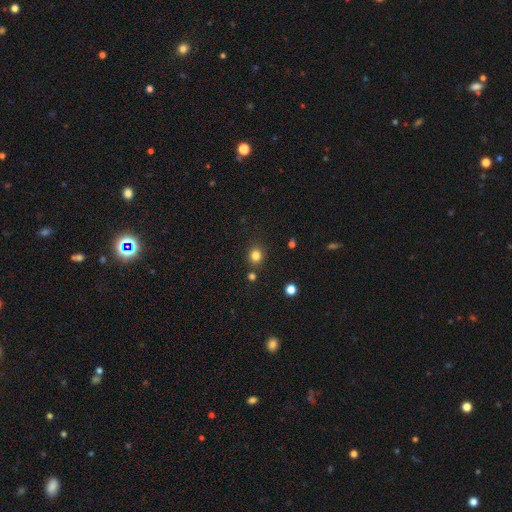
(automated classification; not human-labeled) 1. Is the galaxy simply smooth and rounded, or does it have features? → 81% smooth, 14% star or artifact, 5% featured or disk.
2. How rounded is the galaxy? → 83% round, 16% in between, 1% cigar-shaped.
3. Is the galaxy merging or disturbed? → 84% none, 8% minor disturbance, 6% merger, 3% major disturbance.